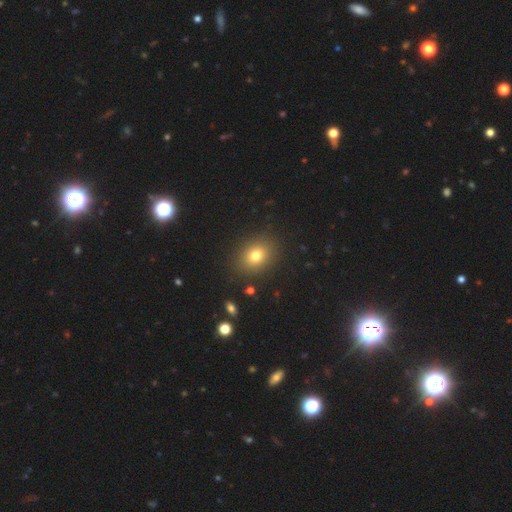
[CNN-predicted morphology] This is likely a smooth galaxy (77%). How rounded: possibly in between (53%). Merging: clearly none (87%).